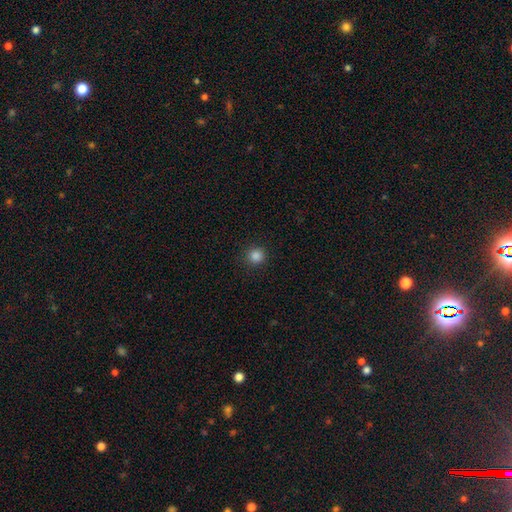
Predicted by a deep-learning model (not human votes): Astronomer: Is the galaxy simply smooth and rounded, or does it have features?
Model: smooth — 85%.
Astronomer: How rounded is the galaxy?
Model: round — 94%.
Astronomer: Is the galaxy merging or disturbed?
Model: none — 91%.